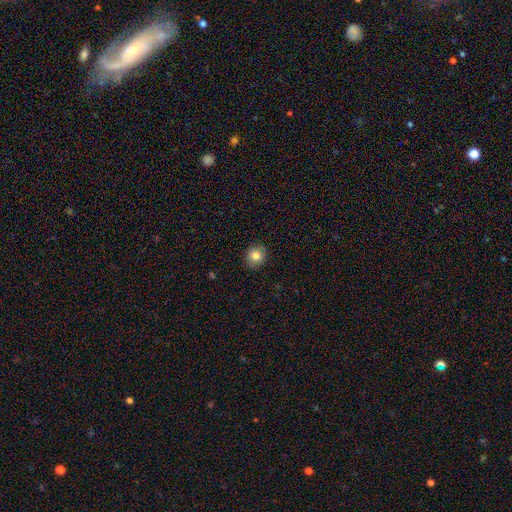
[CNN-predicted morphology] Q: Smooth or featured?
A: smooth (82%); runner-up: star or artifact (10%)
Q: How rounded?
A: round (84%); runner-up: in between (15%)
Q: Merging?
A: none (89%); runner-up: minor disturbance (8%)